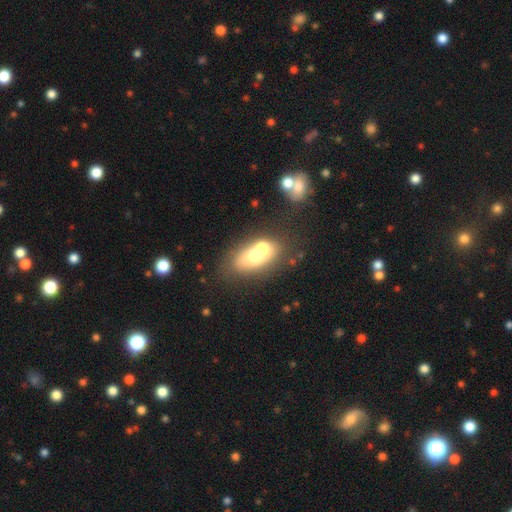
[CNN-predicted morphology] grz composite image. It shows a smooth galaxy with no disk features (59%) that is in between round and cigar-shaped (76%). Merging: merger (48%).